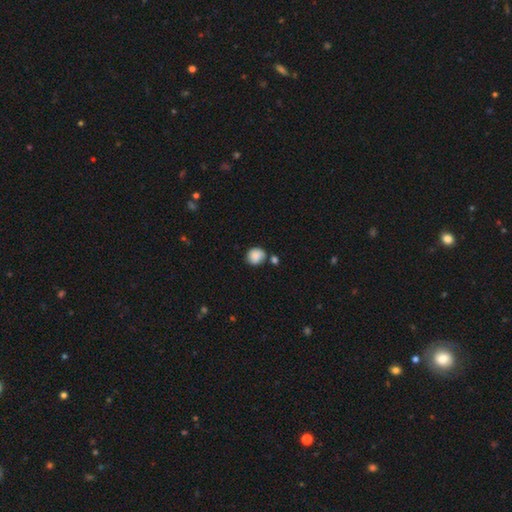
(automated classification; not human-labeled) Smooth or featured? Predicted: smooth (p=0.87). How rounded? Predicted: round (p=0.82). Merging? Predicted: none (p=0.69).